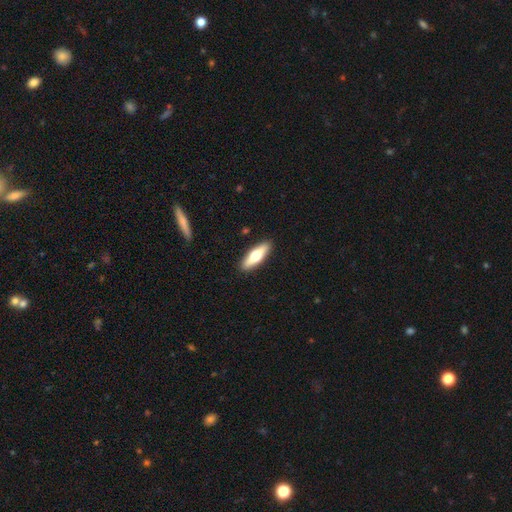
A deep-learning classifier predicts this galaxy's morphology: Q: Smooth or featured?
A: smooth (55%); runner-up: featured or disk (40%)
Q: How rounded?
A: cigar-shaped (59%); runner-up: in between (39%)
Q: Merging?
A: none (90%); runner-up: minor disturbance (7%)